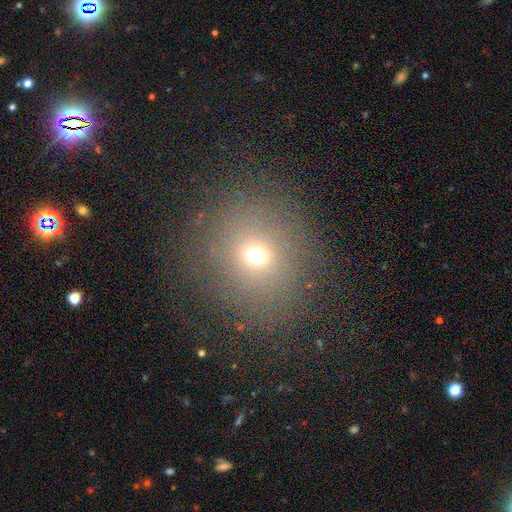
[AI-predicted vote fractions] Q: Smooth or featured?
A: smooth (63%); runner-up: star or artifact (25%)
Q: How rounded?
A: round (74%); runner-up: in between (24%)
Q: Merging?
A: none (79%); runner-up: minor disturbance (11%)